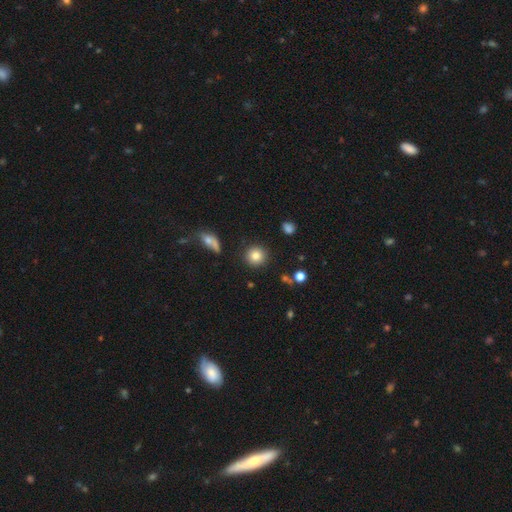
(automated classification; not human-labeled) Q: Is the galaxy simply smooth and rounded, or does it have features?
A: smooth — 83%.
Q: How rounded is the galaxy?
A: round — 92%.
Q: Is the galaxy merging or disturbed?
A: none — 88%.